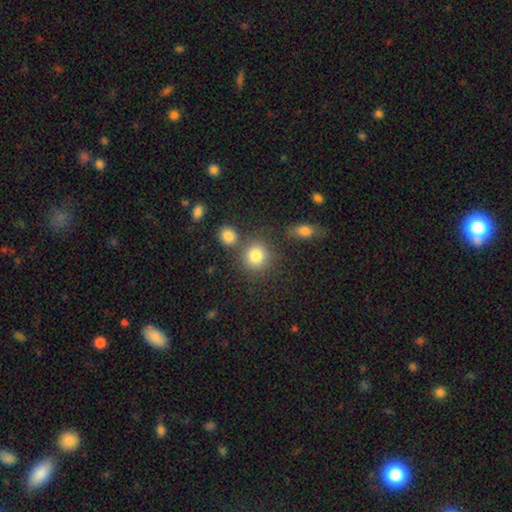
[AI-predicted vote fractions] smooth-or-featured: smooth: 83% | star or artifact: 11% | featured or disk: 6%
  how-rounded: round: 87% | in between: 12% | cigar-shaped: 1%
  merging: none: 72% | merger: 15% | minor disturbance: 9% | major disturbance: 4%